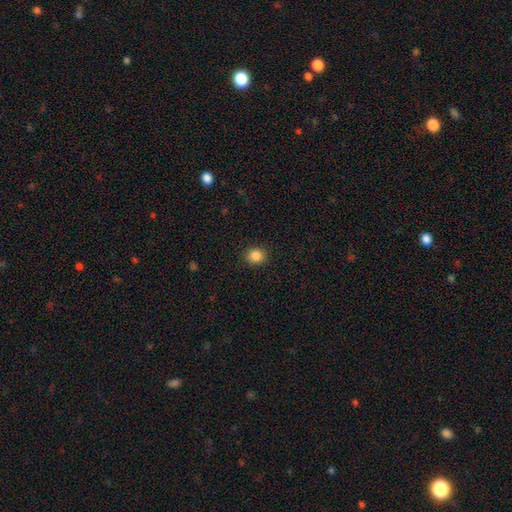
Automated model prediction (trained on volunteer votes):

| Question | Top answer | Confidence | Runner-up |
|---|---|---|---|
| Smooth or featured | smooth | 86% | star or artifact (10%) |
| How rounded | round | 77% | in between (22%) |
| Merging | none | 91% | minor disturbance (6%) |